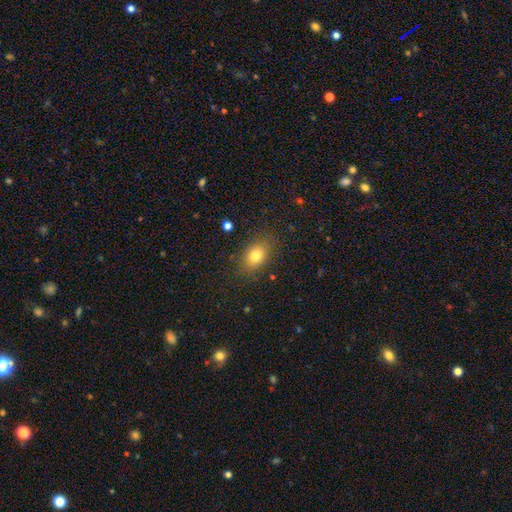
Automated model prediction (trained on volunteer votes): Smooth or featured?
  - smooth: 79% *
  - star or artifact: 11%
  - featured or disk: 9%
How rounded?
  - in between: 77% *
  - round: 21%
  - cigar-shaped: 2%
Merging?
  - none: 83% *
  - minor disturbance: 12%
  - major disturbance: 4%
  - merger: 1%